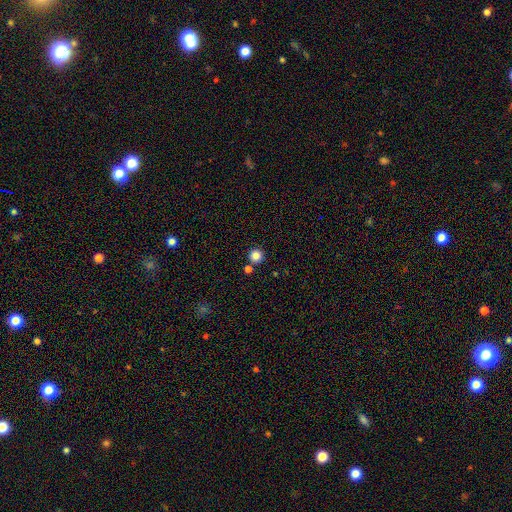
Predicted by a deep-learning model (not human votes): This is clearly a smooth galaxy (85%). How rounded: clearly round (96%). Merging: clearly none (83%).